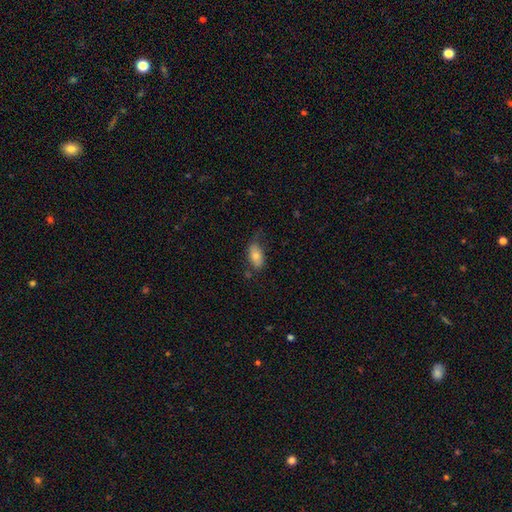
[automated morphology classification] smooth-or-featured: smooth: 73% | featured or disk: 19% | star or artifact: 8%
  how-rounded: in between: 91% | cigar-shaped: 5% | round: 4%
  merging: none: 59% | minor disturbance: 28% | major disturbance: 10% | merger: 3%